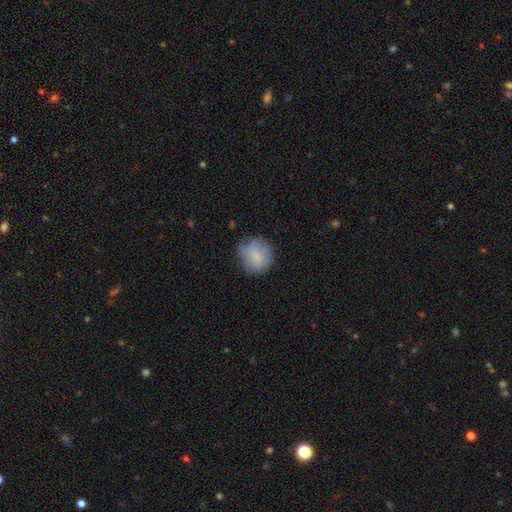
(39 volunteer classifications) smooth_or_featured: smooth (p=0.85) [alt: featured or disk p=0.08]
how_rounded: round (p=0.79) [alt: in between p=0.21]
merging: none (p=0.58) [alt: minor disturbance p=0.31]